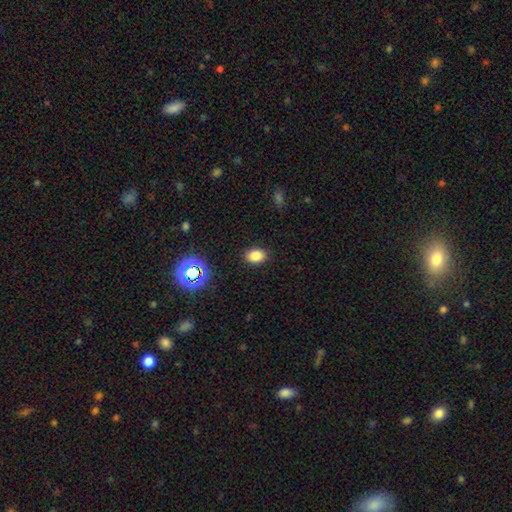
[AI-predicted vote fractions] Morphology: type=smooth (81%); roundness=in between (75%); merging=none (88%).